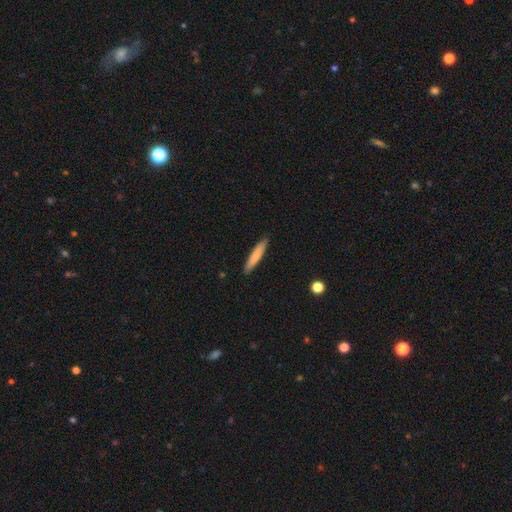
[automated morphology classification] The model was most divided on "smooth or featured": smooth: 80%, featured or disk: 15%, star or artifact: 6%. More confident: how rounded — cigar-shaped (91%); merging — none (89%).